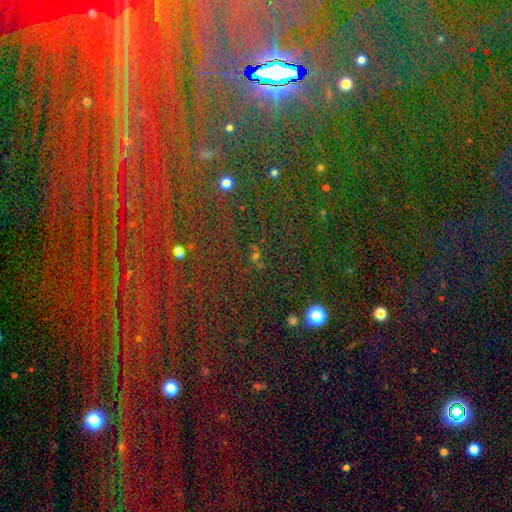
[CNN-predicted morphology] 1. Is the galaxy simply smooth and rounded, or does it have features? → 59% star or artifact, 31% smooth, 10% featured or disk.